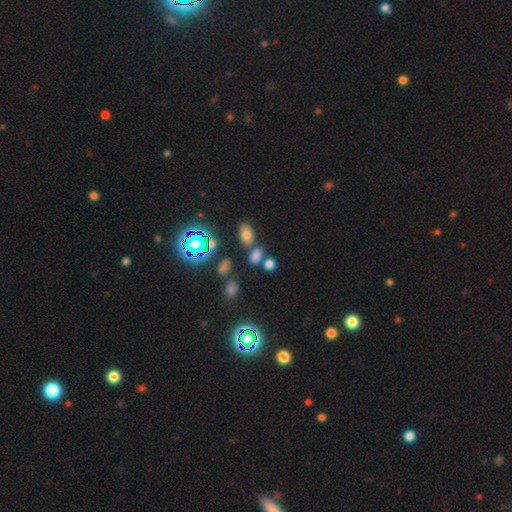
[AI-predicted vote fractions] smooth 66%, star or artifact 26%, featured or disk 8%. Down the decision tree: how rounded — in between (63%); merging — none (67%).